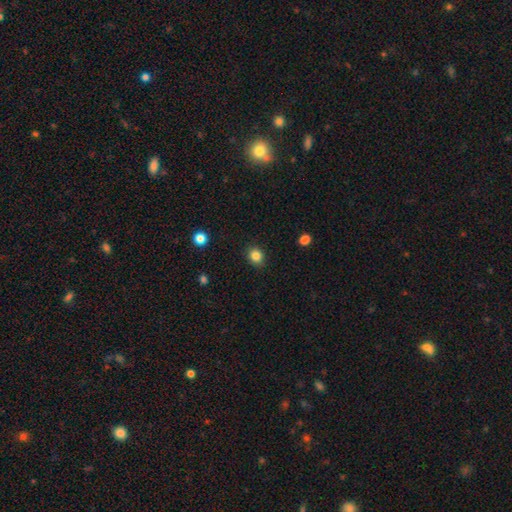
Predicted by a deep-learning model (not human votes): smooth 84%, star or artifact 11%, featured or disk 5%. Down the decision tree: how rounded — round (68%); merging — none (89%).